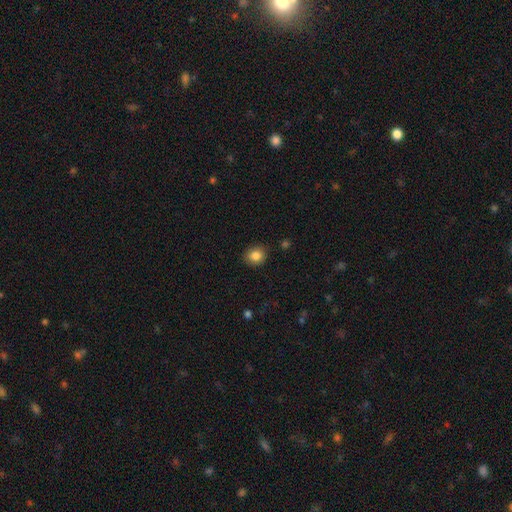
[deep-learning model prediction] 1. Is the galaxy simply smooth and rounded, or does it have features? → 85% smooth, 10% star or artifact, 5% featured or disk.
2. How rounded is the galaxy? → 73% round, 26% in between, 1% cigar-shaped.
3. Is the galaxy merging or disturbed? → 87% none, 10% minor disturbance, 2% major disturbance, 1% merger.